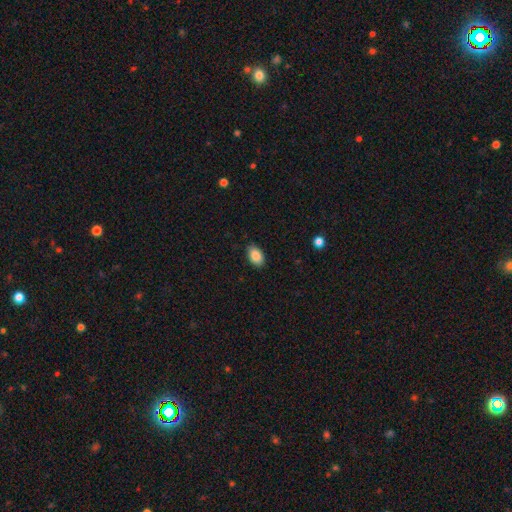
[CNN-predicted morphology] Smooth or featured? smooth (88%)
How rounded? in between (91%)
Merging? none (86%)